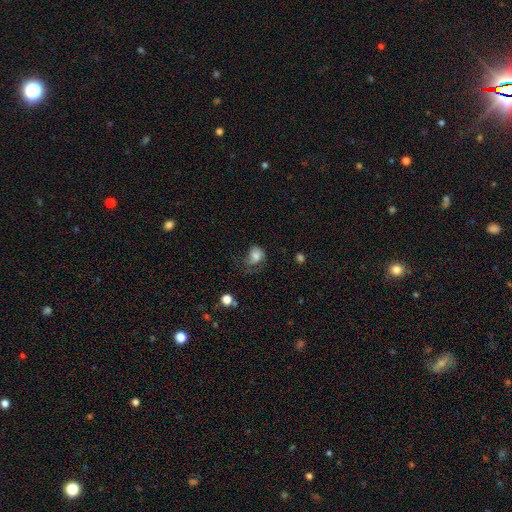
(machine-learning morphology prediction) This appears to be a smooth galaxy with no disk features (76%) that is round (57%). Merging: none (38%).